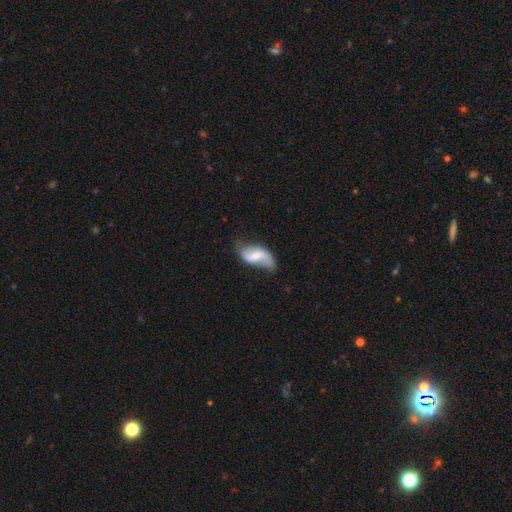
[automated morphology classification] featured or disk 70%, smooth 24%, star or artifact 6%. Down the decision tree: edge-on disk — no (95%); bar — weak (46%); spiral arms — yes (89%); spiral arm count — 2 (89%); spiral winding — loose (80%); bulge size — moderate (51%); merging — none (61%).